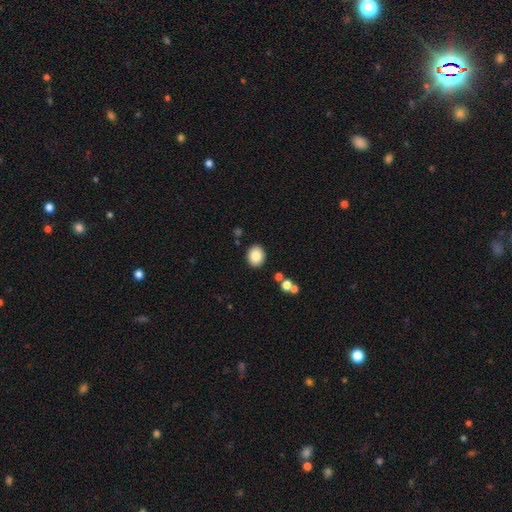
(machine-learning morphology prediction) The model was most divided on "how rounded": round: 65%, in between: 34%, cigar-shaped: 1%. More confident: merging — none (89%); smooth or featured — smooth (84%).